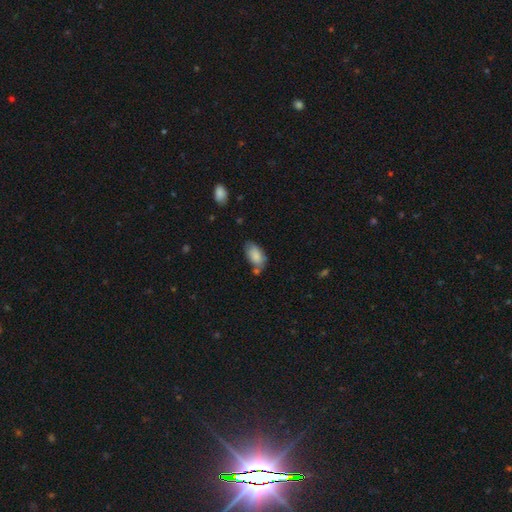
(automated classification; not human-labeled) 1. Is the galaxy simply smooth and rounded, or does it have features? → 83% smooth, 10% featured or disk, 7% star or artifact.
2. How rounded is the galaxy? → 93% in between, 4% round, 3% cigar-shaped.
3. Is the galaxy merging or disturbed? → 52% none, 28% minor disturbance, 13% merger, 7% major disturbance.